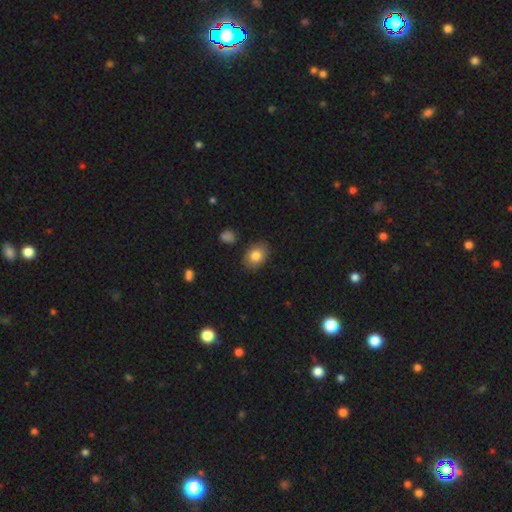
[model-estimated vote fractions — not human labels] Smooth or featured: smooth — 82% (featured or disk — 10%)
How rounded: in between — 69% (round — 30%)
Merging: none — 86% (minor disturbance — 10%)